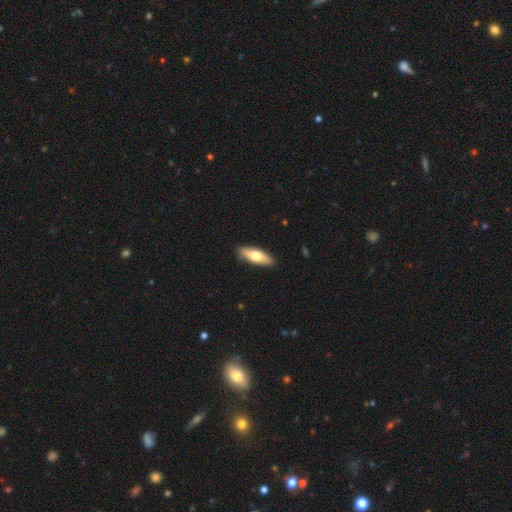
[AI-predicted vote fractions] Smooth or featured? Predicted: smooth (p=0.69). How rounded? Predicted: in between (p=0.54). Merging? Predicted: none (p=0.89).